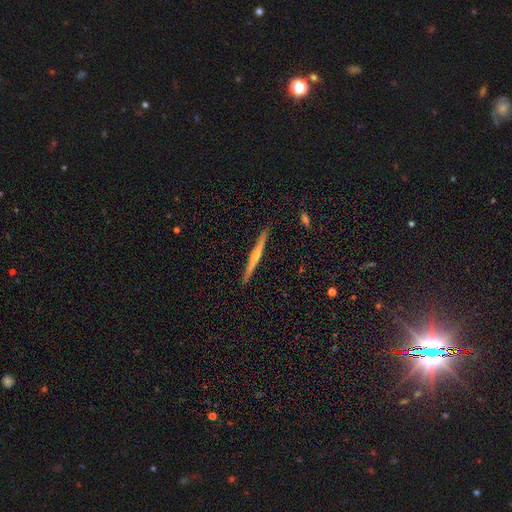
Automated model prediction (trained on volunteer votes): Smooth or featured?
  - featured or disk: 66% *
  - smooth: 28%
  - star or artifact: 6%
Edge-on disk?
  - yes: 98% *
  - no: 2%
Edge-on bulge?
  - rounded: 64% *
  - none: 30%
  - boxy: 7%
Merging?
  - none: 91% *
  - minor disturbance: 6%
  - major disturbance: 1%
  - merger: 1%